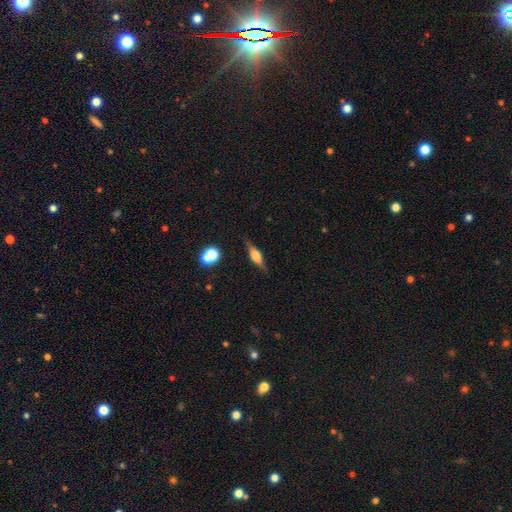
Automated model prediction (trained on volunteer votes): Morphology: type=featured or disk (60%); edge-on=yes (94%); edge-on bulge=rounded (82%); merging=none (80%).